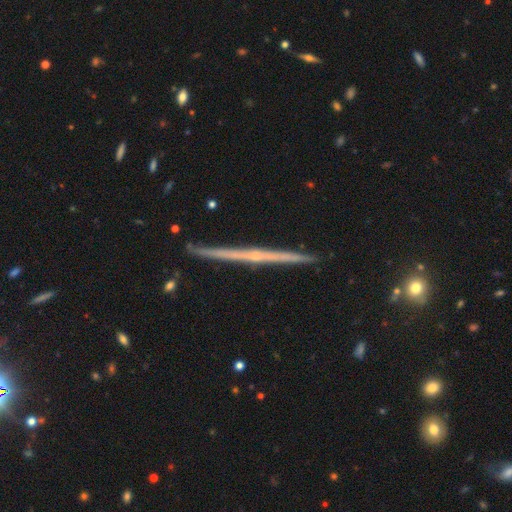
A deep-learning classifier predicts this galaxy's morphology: Q: Smooth or featured?
A: featured or disk (80%); runner-up: smooth (14%)
Q: Edge-on disk?
A: yes (98%); runner-up: no (2%)
Q: Edge-on bulge?
A: none (56%); runner-up: rounded (38%)
Q: Merging?
A: none (91%); runner-up: minor disturbance (6%)